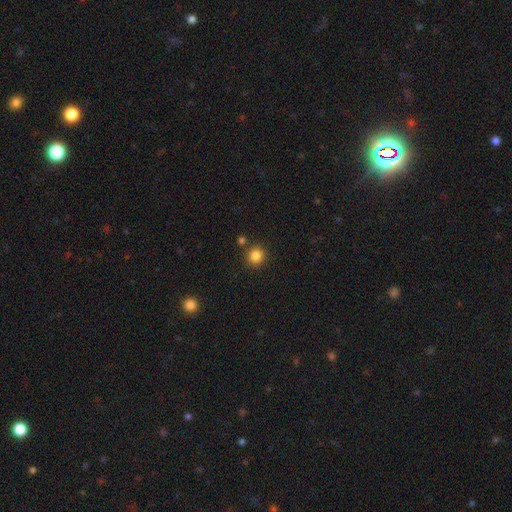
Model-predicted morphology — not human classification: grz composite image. It shows a smooth galaxy with no disk features (84%) that is round (94%). Merging: none (84%).